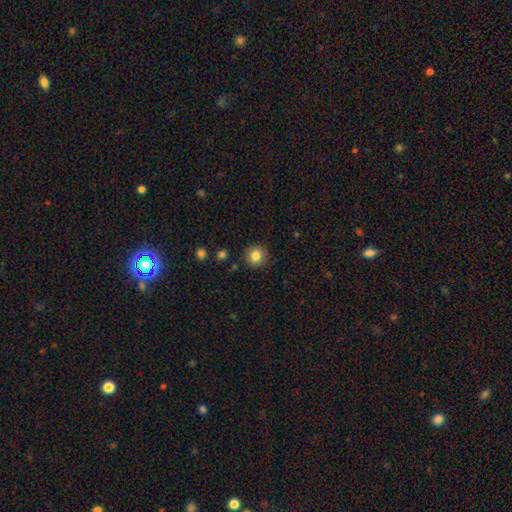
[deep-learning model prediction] The model was most divided on "smooth or featured": smooth: 83%, star or artifact: 10%, featured or disk: 7%. More confident: how rounded — round (91%); merging — none (89%).